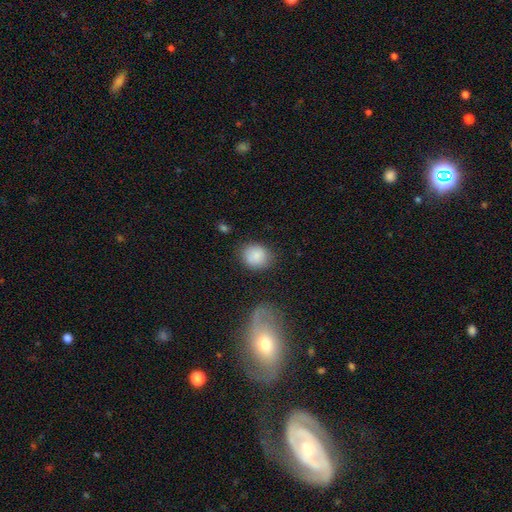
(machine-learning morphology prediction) smooth 85%, star or artifact 8%, featured or disk 7%. Down the decision tree: how rounded — round (73%); merging — none (78%).